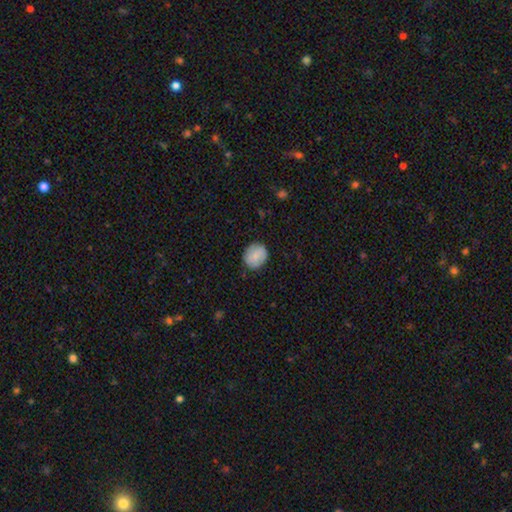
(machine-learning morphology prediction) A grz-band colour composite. It shows a smooth galaxy with no disk features (71%) that is round (69%). Merging: none (82%).